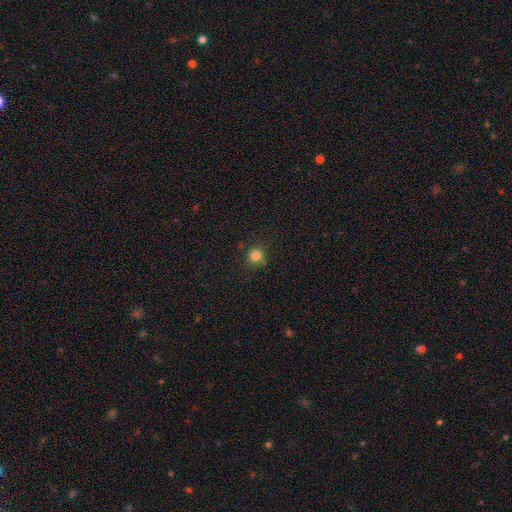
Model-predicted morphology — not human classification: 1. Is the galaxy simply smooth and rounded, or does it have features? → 81% smooth, 14% star or artifact, 5% featured or disk.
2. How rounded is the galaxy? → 89% round, 10% in between, 1% cigar-shaped.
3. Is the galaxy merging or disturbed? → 82% none, 10% minor disturbance, 5% merger, 3% major disturbance.